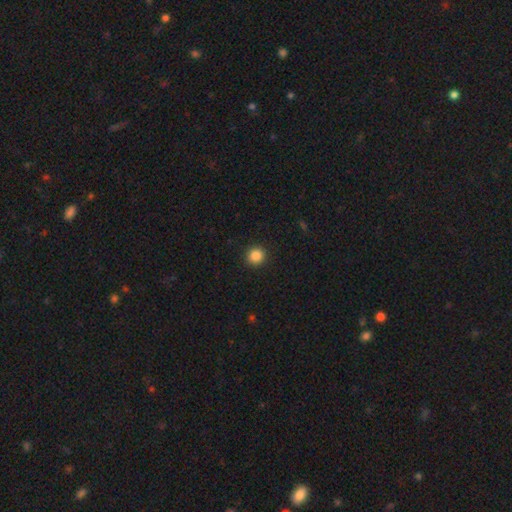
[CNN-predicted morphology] A smooth galaxy with no disk features (86%) that is round (93%). Merging: none (93%).